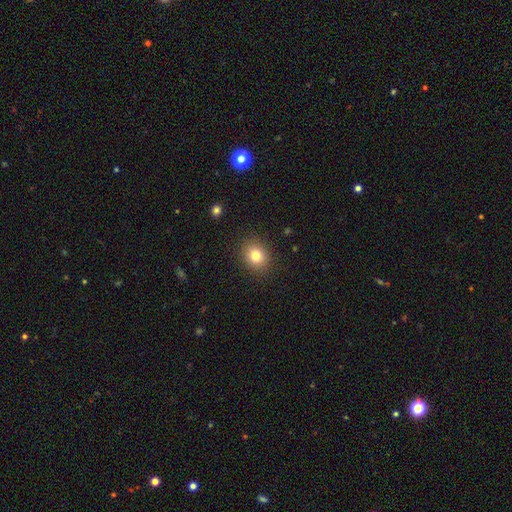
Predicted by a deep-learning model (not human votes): Smooth or featured?
  - smooth: 80% *
  - star or artifact: 11%
  - featured or disk: 9%
How rounded?
  - round: 64% *
  - in between: 35%
  - cigar-shaped: 1%
Merging?
  - none: 89% *
  - minor disturbance: 7%
  - major disturbance: 2%
  - merger: 1%